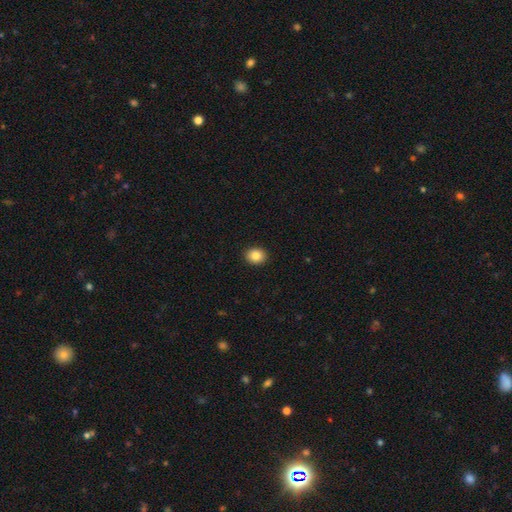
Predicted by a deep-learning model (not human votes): This is clearly a smooth galaxy (85%). How rounded: likely round (65%). Merging: clearly none (92%).